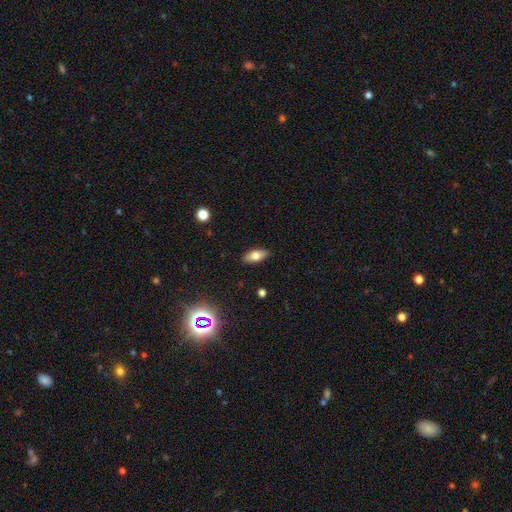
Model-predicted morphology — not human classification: A smooth galaxy with no disk features (70%) that is in between round and cigar-shaped (83%). Merging: none (88%).